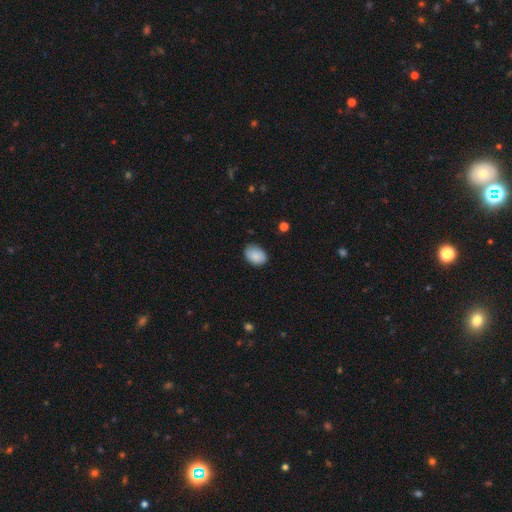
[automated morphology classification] Q: Smooth or featured?
A: smooth (86%); runner-up: star or artifact (7%)
Q: How rounded?
A: in between (77%); runner-up: round (22%)
Q: Merging?
A: none (80%); runner-up: minor disturbance (16%)